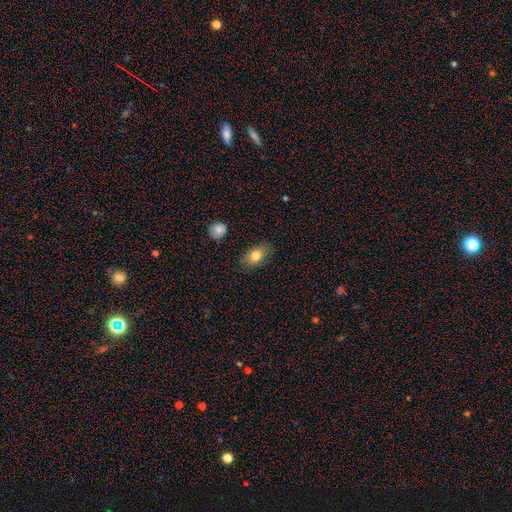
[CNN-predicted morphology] A smooth galaxy with no disk features (80%) that is in between round and cigar-shaped (84%).

Vote fractions:
- Smooth or featured? smooth: 80% / featured or disk: 12% / star or artifact: 8%
- How rounded? in between: 84% / round: 14% / cigar-shaped: 2%
- Merging? none: 81% / minor disturbance: 14% / major disturbance: 3% / merger: 2%